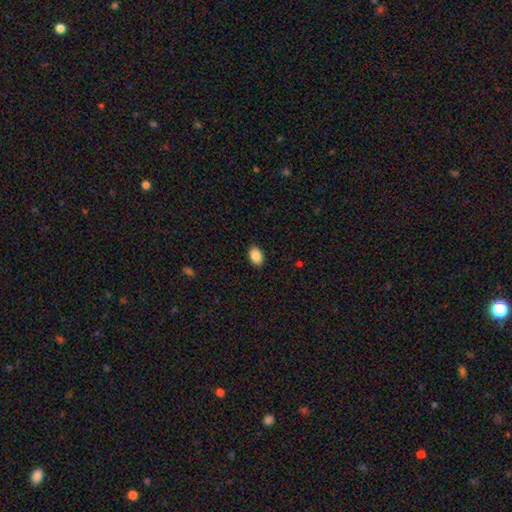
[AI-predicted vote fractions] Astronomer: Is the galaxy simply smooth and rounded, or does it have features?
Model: smooth — 88%.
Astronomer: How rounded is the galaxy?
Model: in between — 87%.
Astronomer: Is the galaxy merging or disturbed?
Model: none — 88%.